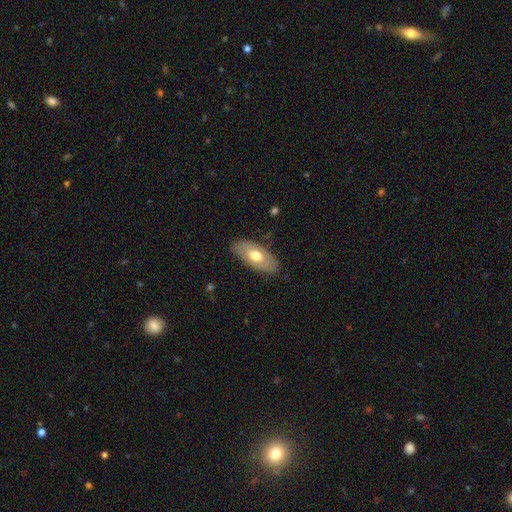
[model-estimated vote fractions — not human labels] smooth 53%, featured or disk 42%, star or artifact 5%. Down the decision tree: how rounded — in between (90%); merging — none (81%).